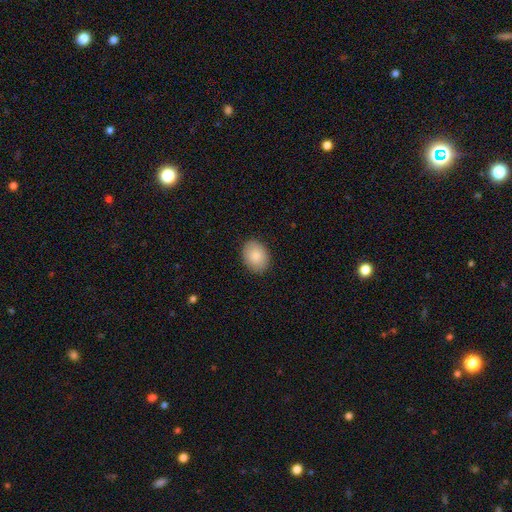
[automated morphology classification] type=smooth (87%); roundness=in between (64%); merging=none (89%).